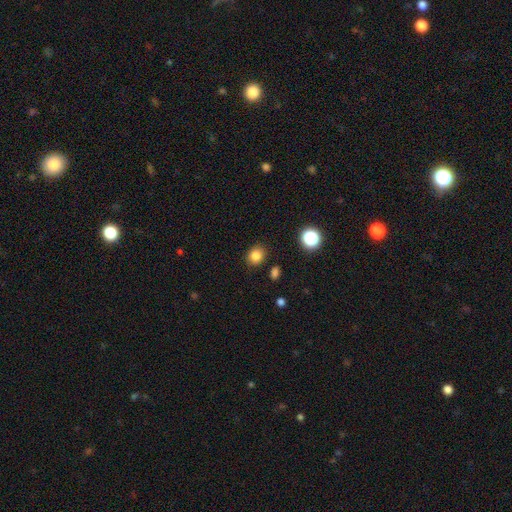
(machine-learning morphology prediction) smooth_or_featured: smooth (p=0.83) [alt: star or artifact p=0.12]
how_rounded: round (p=0.70) [alt: in between p=0.29]
merging: none (p=0.86) [alt: minor disturbance p=0.09]